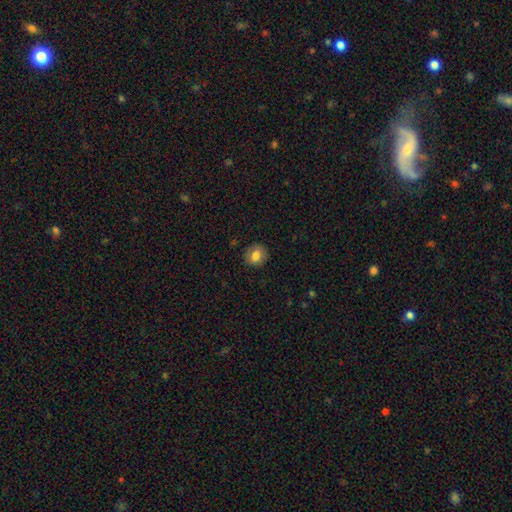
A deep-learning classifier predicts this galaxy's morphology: Q: Smooth or featured?
A: smooth (79%); runner-up: featured or disk (12%)
Q: How rounded?
A: round (81%); runner-up: in between (19%)
Q: Merging?
A: none (88%); runner-up: minor disturbance (9%)